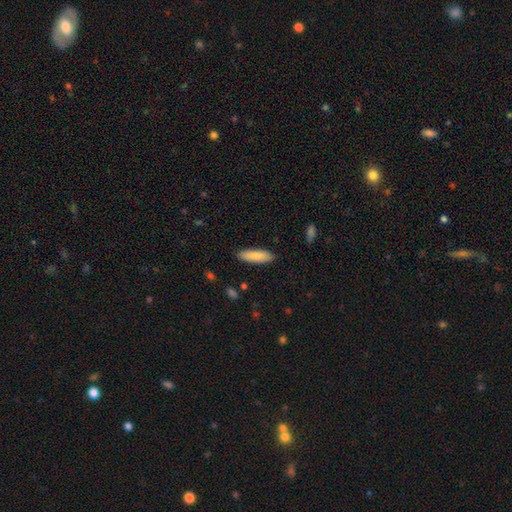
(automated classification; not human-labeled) smooth-or-featured: smooth: 85% | featured or disk: 9% | star or artifact: 6%
  how-rounded: cigar-shaped: 57% | in between: 42% | round: 1%
  merging: none: 89% | minor disturbance: 8% | major disturbance: 2% | merger: 1%